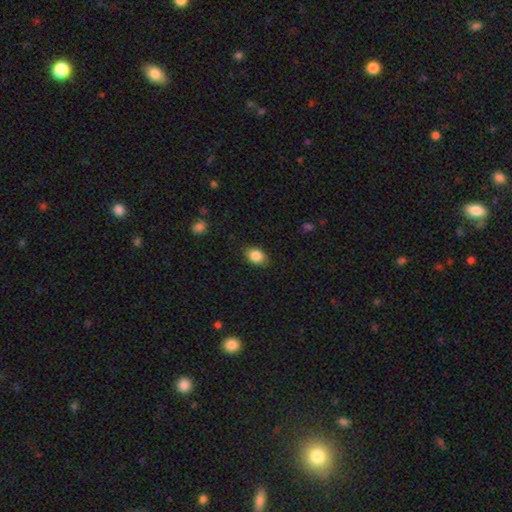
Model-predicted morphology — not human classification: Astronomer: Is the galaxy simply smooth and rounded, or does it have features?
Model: smooth — 86%.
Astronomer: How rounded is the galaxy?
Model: in between — 78%.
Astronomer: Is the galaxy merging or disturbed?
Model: none — 84%.